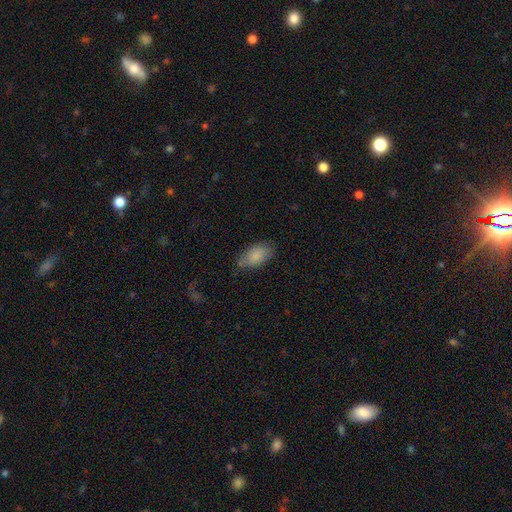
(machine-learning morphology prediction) Q: Smooth or featured?
A: smooth (85%); runner-up: featured or disk (9%)
Q: How rounded?
A: in between (93%); runner-up: round (4%)
Q: Merging?
A: none (67%); runner-up: minor disturbance (25%)